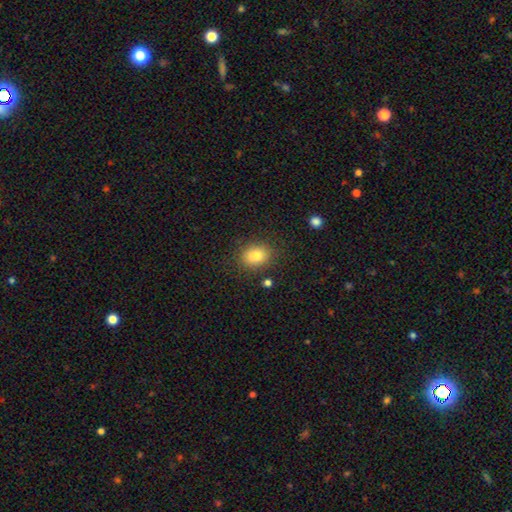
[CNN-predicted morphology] A smooth galaxy with no disk features (83%) that is in between round and cigar-shaped (61%). Merging: none (83%).